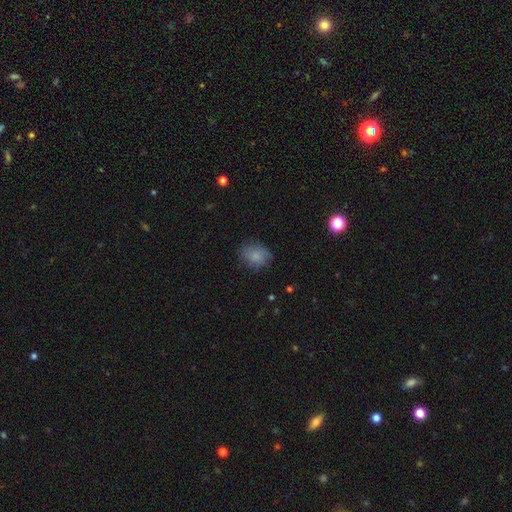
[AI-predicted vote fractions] Smooth or featured? smooth (82%)
How rounded? in between (55%)
Merging? none (73%)